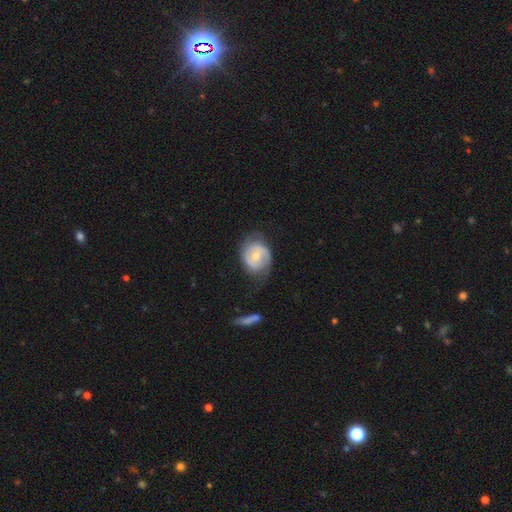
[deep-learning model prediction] Morphology: type=featured or disk (69%); edge-on=no (97%); bar=no (62%); spiral arms=yes (87%); winding=medium (41%); arm count=2 (72%); bulge=moderate (51%); merging=none (57%).